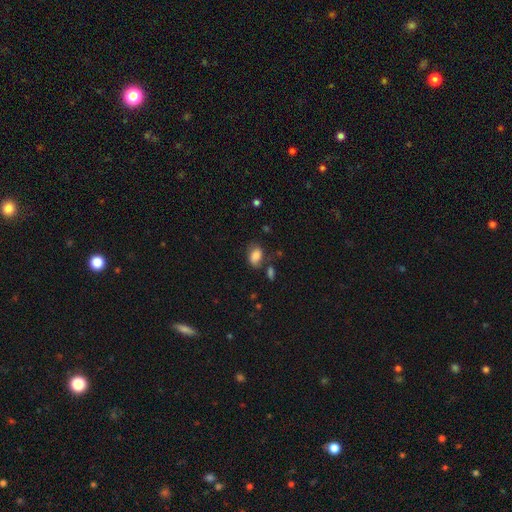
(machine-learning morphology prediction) Smooth or featured?
  - smooth: 78% *
  - featured or disk: 13%
  - star or artifact: 9%
How rounded?
  - in between: 83% *
  - round: 16%
  - cigar-shaped: 2%
Merging?
  - none: 60% *
  - minor disturbance: 23%
  - major disturbance: 9%
  - merger: 8%